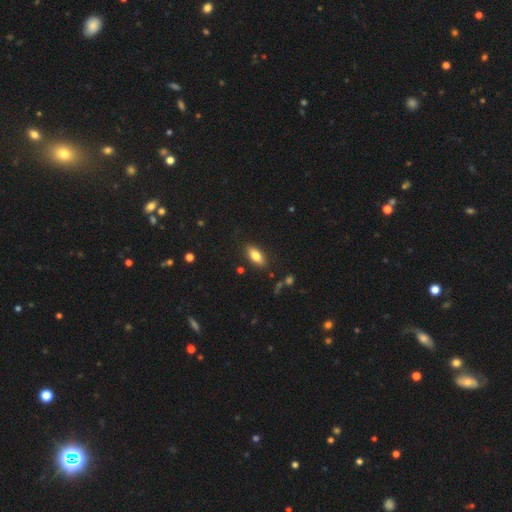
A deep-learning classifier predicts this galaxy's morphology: Smooth or featured: smooth — 79% (featured or disk — 14%)
How rounded: in between — 83% (cigar-shaped — 14%)
Merging: none — 86% (minor disturbance — 10%)